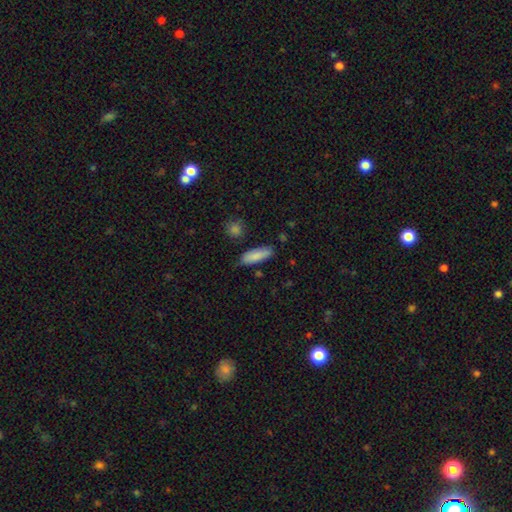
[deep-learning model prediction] A smooth galaxy with no disk features (85%) that is in between round and cigar-shaped (55%). Merging: none (77%).